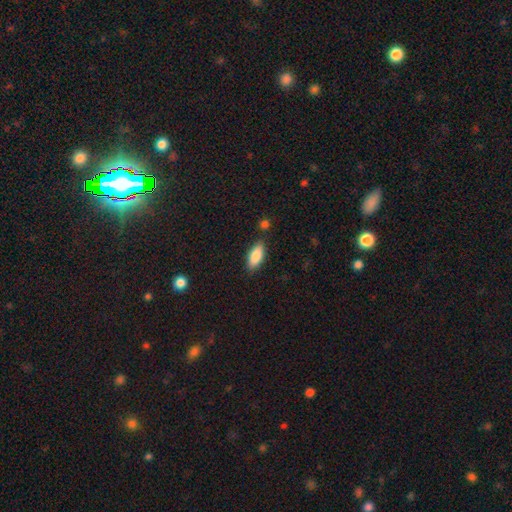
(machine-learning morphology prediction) A smooth galaxy with no disk features (86%) that is in between round and cigar-shaped (82%).

Vote fractions:
- Smooth or featured? smooth: 86% / featured or disk: 8% / star or artifact: 6%
- How rounded? in between: 82% / cigar-shaped: 16% / round: 2%
- Merging? none: 79% / minor disturbance: 13% / merger: 5% / major disturbance: 3%